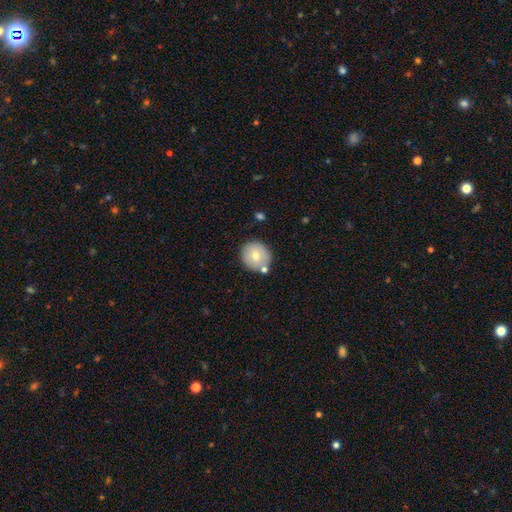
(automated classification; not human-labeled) Smooth or featured?
  - smooth: 72% *
  - featured or disk: 20%
  - star or artifact: 8%
How rounded?
  - round: 88% *
  - in between: 12%
  - cigar-shaped: 1%
Merging?
  - none: 76% *
  - minor disturbance: 11%
  - merger: 11%
  - major disturbance: 3%